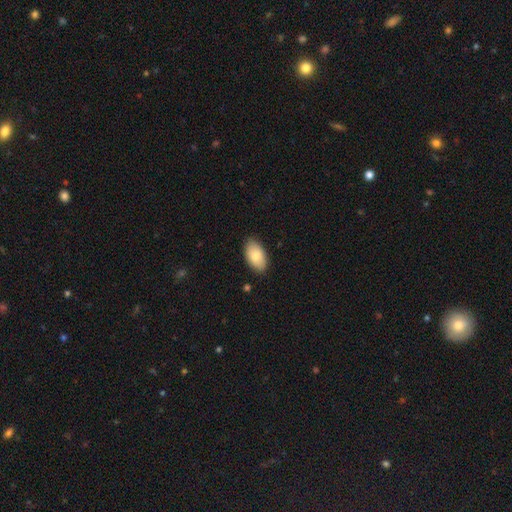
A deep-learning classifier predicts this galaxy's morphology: smooth 80%, featured or disk 14%, star or artifact 6%. Down the decision tree: how rounded — in between (95%); merging — none (86%).